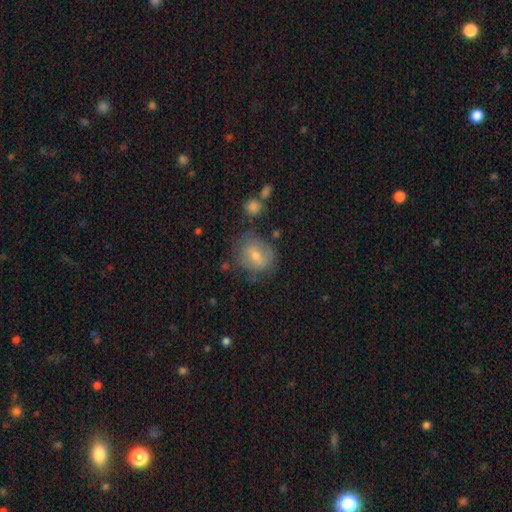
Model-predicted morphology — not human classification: smooth_or_featured: smooth (p=0.56) [alt: featured or disk p=0.32]
how_rounded: round (p=0.63) [alt: in between p=0.36]
merging: none (p=0.70) [alt: minor disturbance p=0.19]